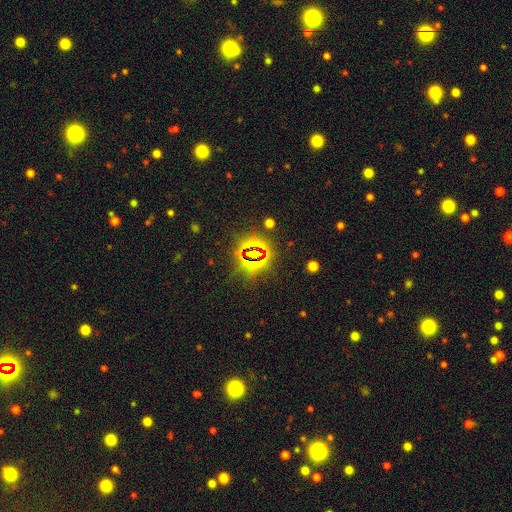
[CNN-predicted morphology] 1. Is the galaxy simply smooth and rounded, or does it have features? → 76% star or artifact, 15% smooth, 9% featured or disk.